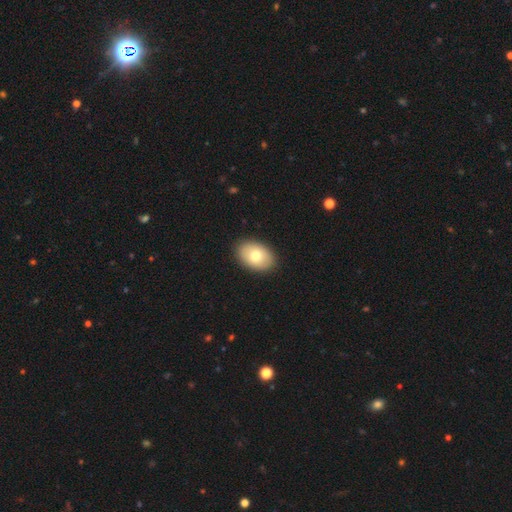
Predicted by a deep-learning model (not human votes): Overall: smooth (76%). How rounded: in between (85%). Merging: none (89%).